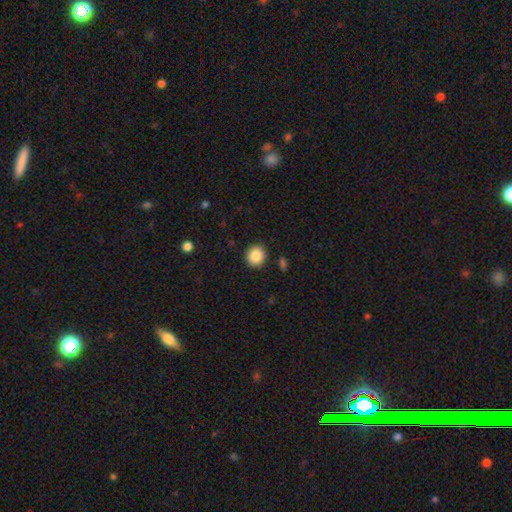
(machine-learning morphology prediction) A smooth galaxy with no disk features (87%) that is round (88%).

Vote fractions:
- Smooth or featured? smooth: 87% / star or artifact: 9% / featured or disk: 4%
- How rounded? round: 88% / in between: 11% / cigar-shaped: 1%
- Merging? none: 91% / minor disturbance: 6% / major disturbance: 2% / merger: 1%